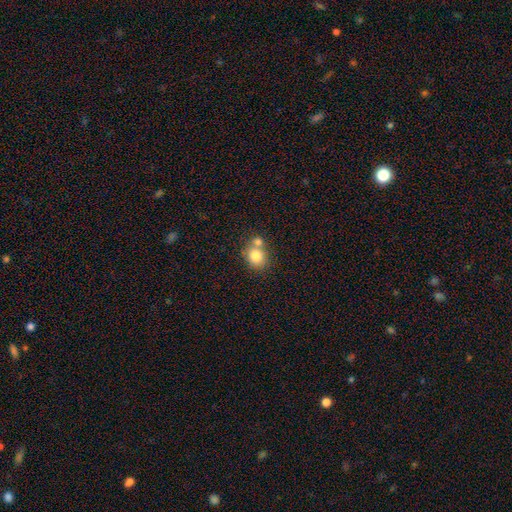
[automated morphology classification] Overall: smooth (80%). How rounded: round (71%). Merging: none (47%; merger 40%).